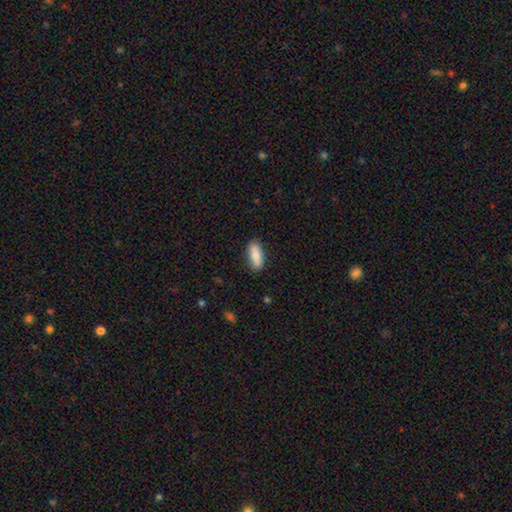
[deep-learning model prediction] Q: Smooth or featured?
A: smooth (82%); runner-up: featured or disk (12%)
Q: How rounded?
A: in between (74%); runner-up: cigar-shaped (24%)
Q: Merging?
A: none (86%); runner-up: minor disturbance (10%)